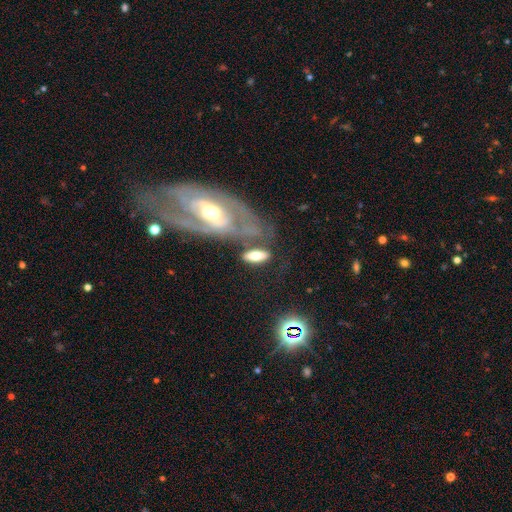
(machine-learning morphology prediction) Overall: smooth (62%; featured or disk 31%). How rounded: in between (77%). Merging: none (51%; merger 21%).